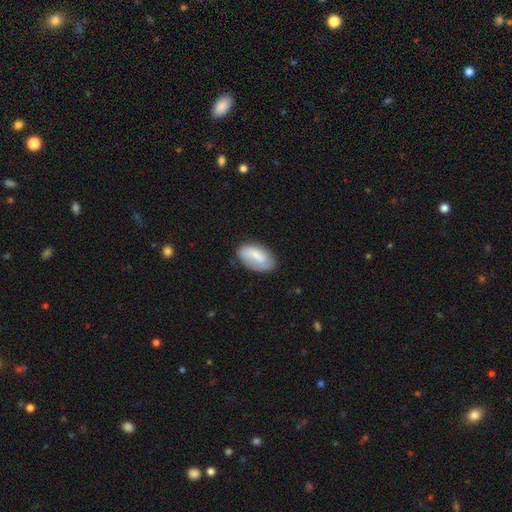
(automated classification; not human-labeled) A smooth galaxy with no disk features (66%) that is in between round and cigar-shaped (93%). Merging: none (67%).